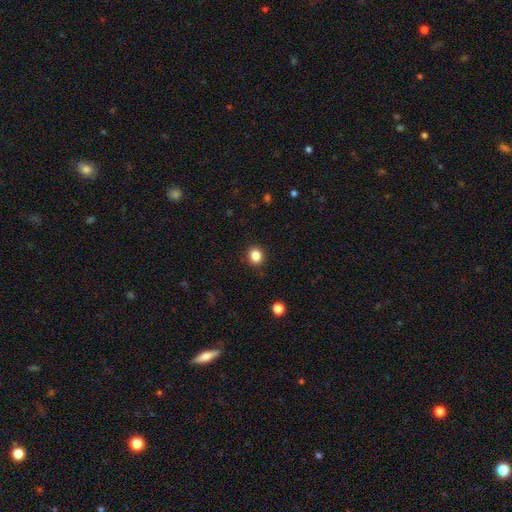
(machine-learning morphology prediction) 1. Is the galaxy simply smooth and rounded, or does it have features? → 85% smooth, 11% star or artifact, 4% featured or disk.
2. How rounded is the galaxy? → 75% round, 24% in between, 1% cigar-shaped.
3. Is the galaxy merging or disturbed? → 90% none, 7% minor disturbance, 2% major disturbance, 1% merger.